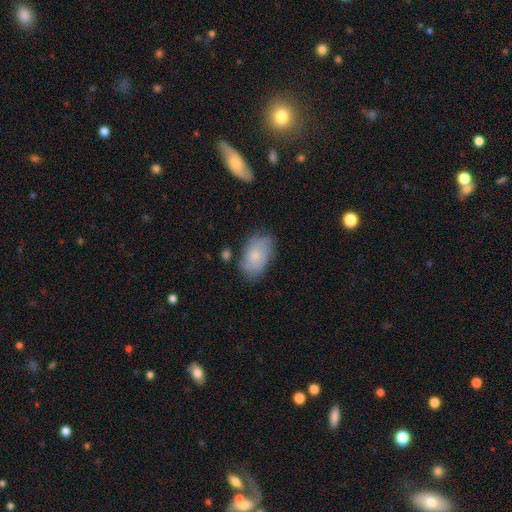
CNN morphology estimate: Smooth or featured? Predicted: smooth (p=0.60). How rounded? Predicted: in between (p=0.91). Merging? Predicted: none (p=0.66).